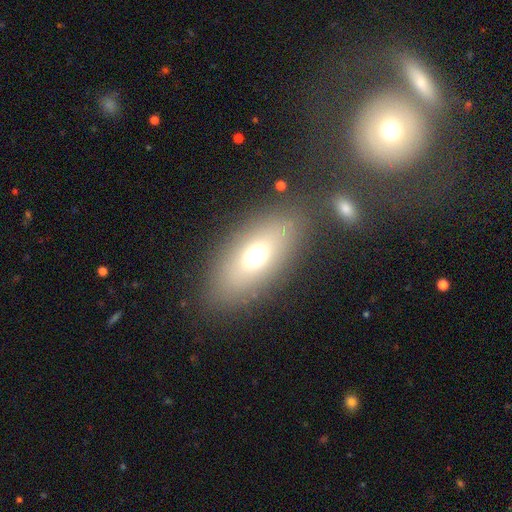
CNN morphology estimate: smooth-or-featured: smooth: 66% | featured or disk: 23% | star or artifact: 11%
  how-rounded: in between: 82% | cigar-shaped: 12% | round: 6%
  merging: none: 77% | minor disturbance: 11% | merger: 7% | major disturbance: 5%